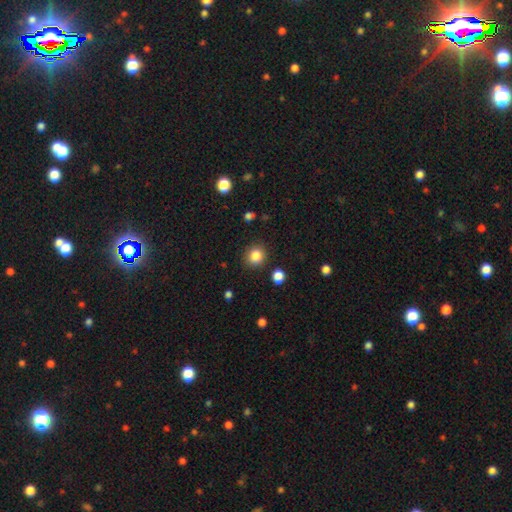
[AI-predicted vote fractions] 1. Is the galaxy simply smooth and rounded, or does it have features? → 85% smooth, 11% star or artifact, 5% featured or disk.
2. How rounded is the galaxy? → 82% round, 17% in between, 1% cigar-shaped.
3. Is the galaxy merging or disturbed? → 88% none, 7% minor disturbance, 3% major disturbance, 2% merger.